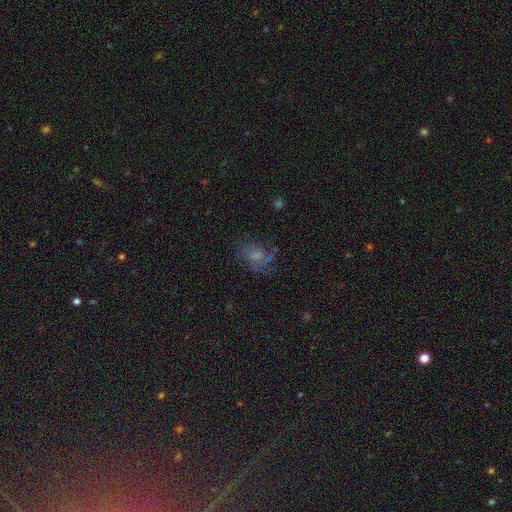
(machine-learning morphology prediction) Smooth or featured? Predicted: featured or disk (p=0.50). Edge-on disk? Predicted: no (p=0.97). Merging? Predicted: none (p=0.51).